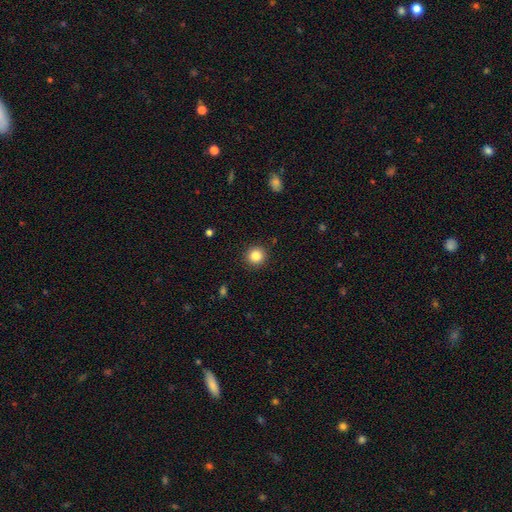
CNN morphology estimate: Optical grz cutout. It shows a smooth galaxy with no disk features (85%) that is round (93%). Merging: none (91%).